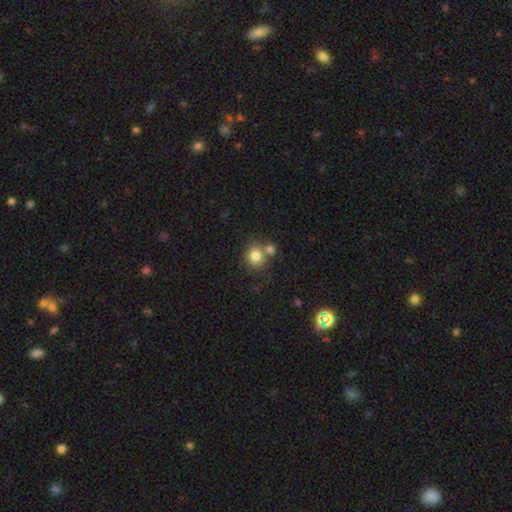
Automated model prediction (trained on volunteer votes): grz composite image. It shows a smooth galaxy with no disk features (81%) that is round (84%). Merging: none (56%).